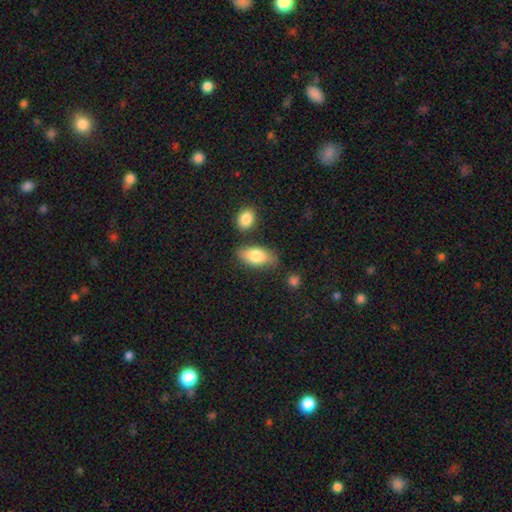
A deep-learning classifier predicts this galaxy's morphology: A smooth galaxy with no disk features (79%) that is in between round and cigar-shaped (90%).

Vote fractions:
- Smooth or featured? smooth: 79% / featured or disk: 15% / star or artifact: 6%
- How rounded? in between: 90% / cigar-shaped: 6% / round: 4%
- Merging? none: 71% / minor disturbance: 17% / merger: 8% / major disturbance: 4%